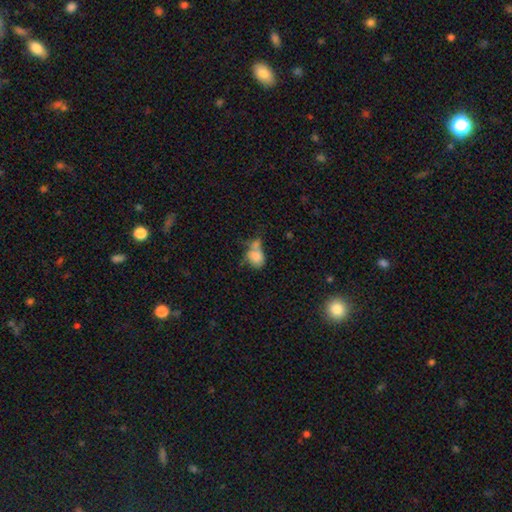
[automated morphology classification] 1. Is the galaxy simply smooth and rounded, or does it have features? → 74% smooth, 16% featured or disk, 10% star or artifact.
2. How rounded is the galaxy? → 61% in between, 37% round, 2% cigar-shaped.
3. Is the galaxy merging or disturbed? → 40% merger, 26% none, 19% minor disturbance, 14% major disturbance.